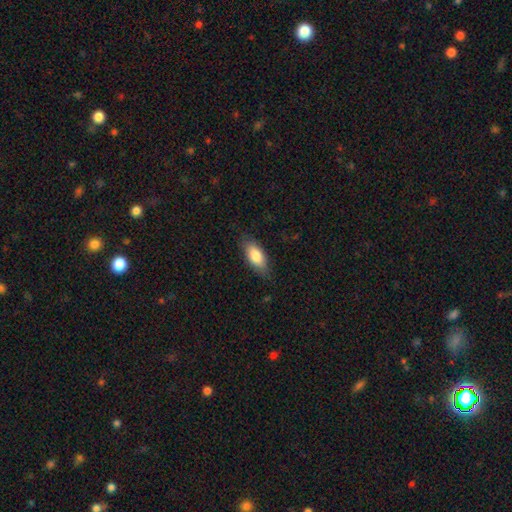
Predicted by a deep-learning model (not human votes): Q: Smooth or featured?
A: smooth (81%); runner-up: featured or disk (13%)
Q: How rounded?
A: in between (84%); runner-up: cigar-shaped (13%)
Q: Merging?
A: none (80%); runner-up: minor disturbance (16%)